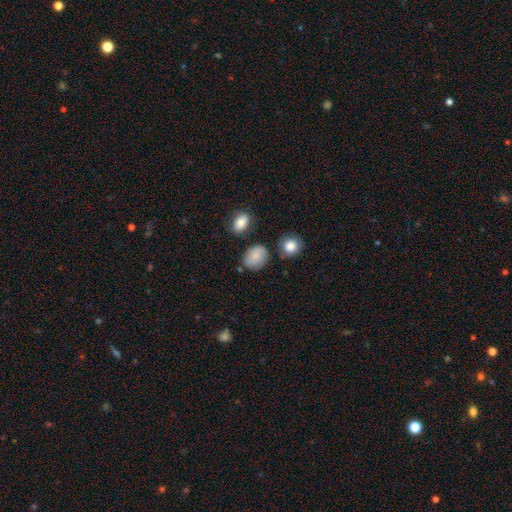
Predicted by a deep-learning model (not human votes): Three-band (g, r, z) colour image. It shows a smooth galaxy with no disk features (82%) that is in between round and cigar-shaped (58%). Merging: none (72%).